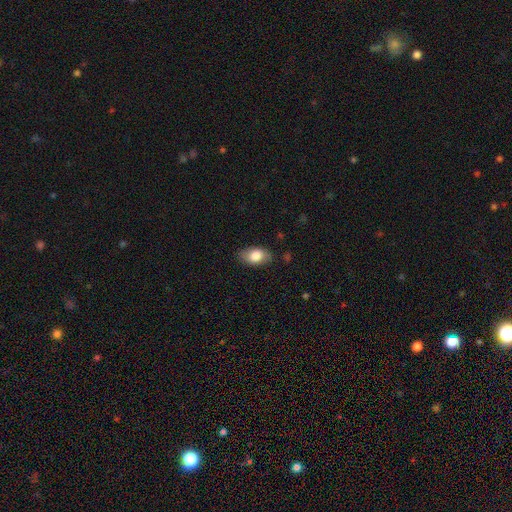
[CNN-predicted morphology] Q: Smooth or featured?
A: smooth (81%); runner-up: featured or disk (13%)
Q: How rounded?
A: in between (90%); runner-up: round (8%)
Q: Merging?
A: none (82%); runner-up: minor disturbance (14%)